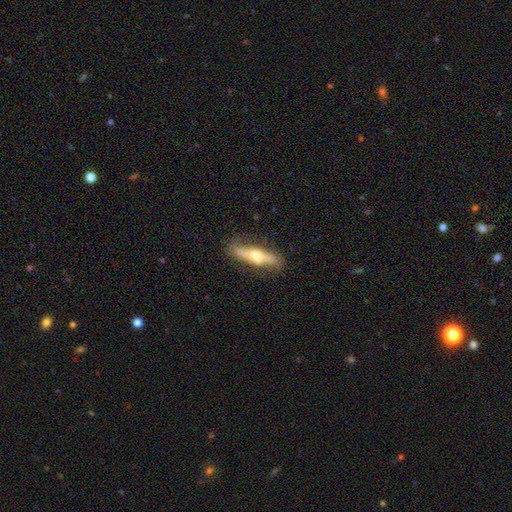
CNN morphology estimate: Smooth or featured? Predicted: featured or disk (p=0.61). Edge-on disk? Predicted: yes (p=0.69). Merging? Predicted: none (p=0.78).